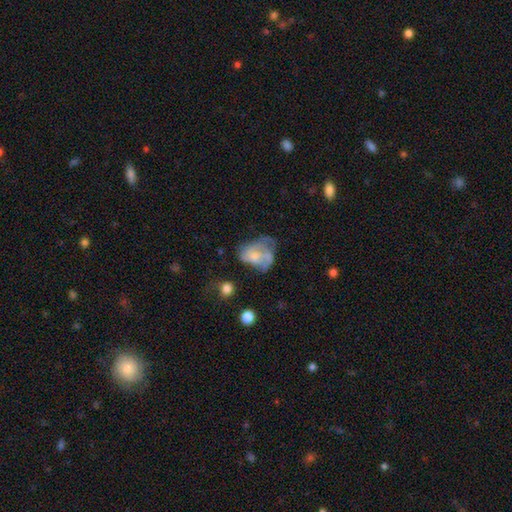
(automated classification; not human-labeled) Smooth or featured? featured or disk (52%)
Edge-on disk? no (97%)
Bar? no (77%)
Spiral arms? no (51%)
Bulge size? small (47%)
Merging? major disturbance (39%)